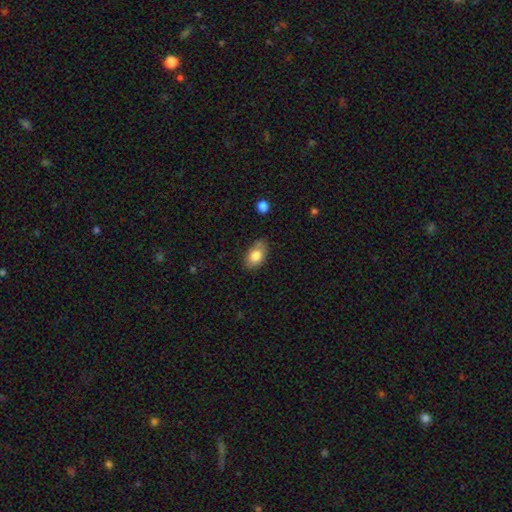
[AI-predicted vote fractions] Smooth or featured? Predicted: smooth (p=0.80). How rounded? Predicted: in between (p=0.88). Merging? Predicted: none (p=0.69).